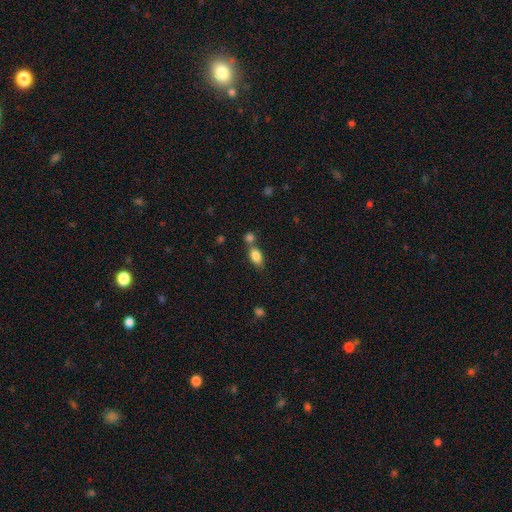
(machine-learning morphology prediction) A smooth galaxy with no disk features (84%) that is in between round and cigar-shaped (87%).

Vote fractions:
- Smooth or featured? smooth: 84% / star or artifact: 8% / featured or disk: 7%
- How rounded? in between: 87% / round: 9% / cigar-shaped: 4%
- Merging? none: 51% / merger: 34% / minor disturbance: 11% / major disturbance: 4%